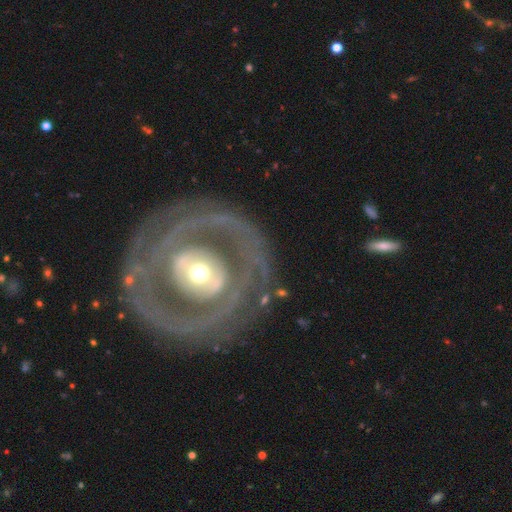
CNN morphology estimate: smooth-or-featured: featured or disk: 82% | smooth: 13% | star or artifact: 5%
  disk-edge-on: no: 96% | yes: 4%
    bar: no: 61% | weak: 22% | strong: 17%
    has-spiral-arms: yes: 67% | no: 33%
      spiral-winding: tight: 67% | medium: 24% | loose: 10%
      spiral-arm-count: 2: 44% | can't tell: 27% | 3: 10% | 1: 8% | 4: 5% | more than 4: 5%
    bulge-size: moderate: 57% | small: 26% | large: 13% | dominant: 2% | none: 1%
  merging: none: 77% | minor disturbance: 13% | major disturbance: 9% | merger: 2%